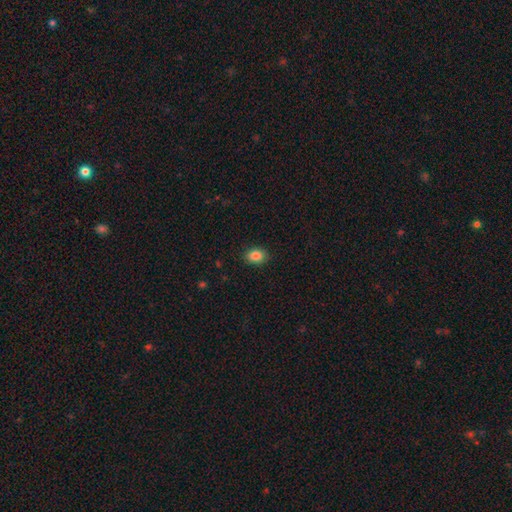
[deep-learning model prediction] Smooth or featured: smooth — 86% (star or artifact — 9%)
How rounded: in between — 70% (round — 29%)
Merging: none — 89% (minor disturbance — 8%)